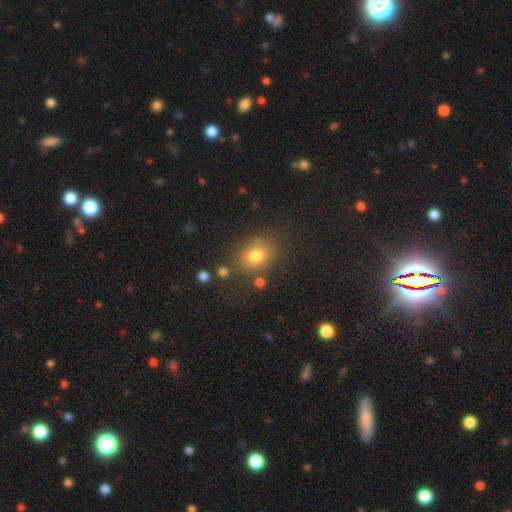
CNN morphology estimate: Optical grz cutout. It shows a smooth galaxy with no disk features (77%) that is round (50%). Merging: none (77%).